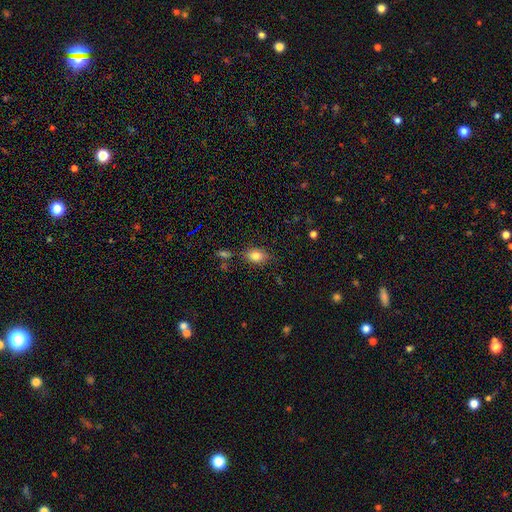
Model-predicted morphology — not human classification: The model was most divided on "how rounded": in between: 76%, round: 21%, cigar-shaped: 2%. More confident: smooth or featured — smooth (80%); merging — none (73%).